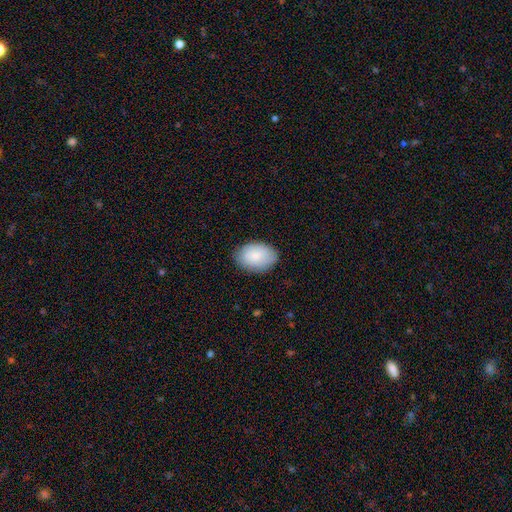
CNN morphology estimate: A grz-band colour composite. It shows a smooth galaxy with no disk features (86%) that is in between round and cigar-shaped (87%). Merging: none (83%).